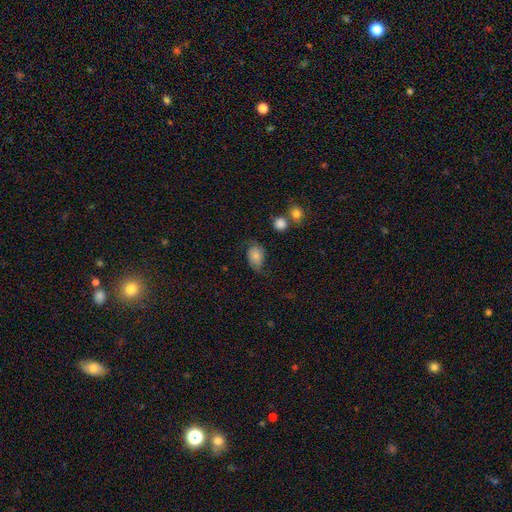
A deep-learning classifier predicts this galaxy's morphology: This is likely a smooth galaxy (72%). How rounded: likely in between (78%). Merging: possibly none (49%).